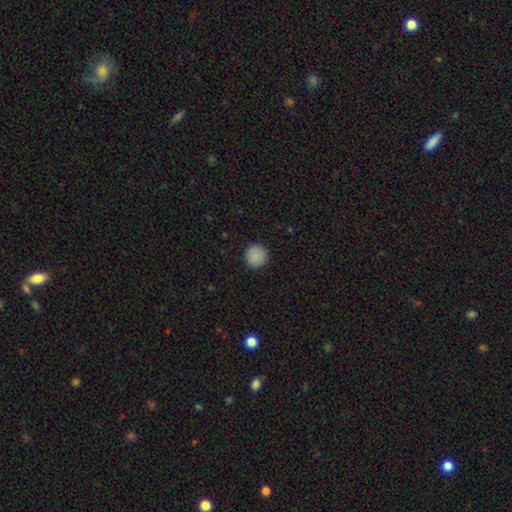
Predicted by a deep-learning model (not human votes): A smooth galaxy with no disk features (89%) that is round (96%).

Vote fractions:
- Smooth or featured? smooth: 89% / star or artifact: 8% / featured or disk: 3%
- How rounded? round: 96% / in between: 3% / cigar-shaped: 1%
- Merging? none: 92% / minor disturbance: 5% / major disturbance: 2% / merger: 1%